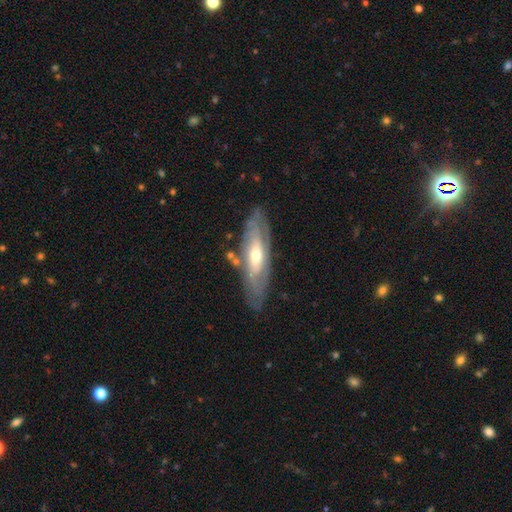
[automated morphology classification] A featured or disk galaxy (73%) with no bar (61%), spiral arms (73%) and a moderate central bulge (57%). Merging: none (76%).